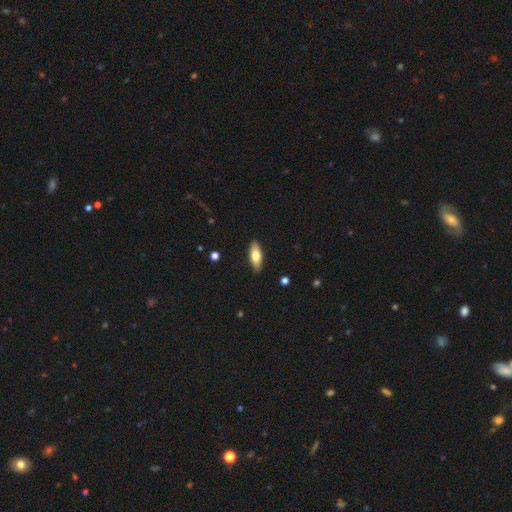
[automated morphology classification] The model was most divided on "how rounded": in between: 68%, cigar-shaped: 29%, round: 2%. More confident: merging — none (88%); smooth or featured — smooth (69%).